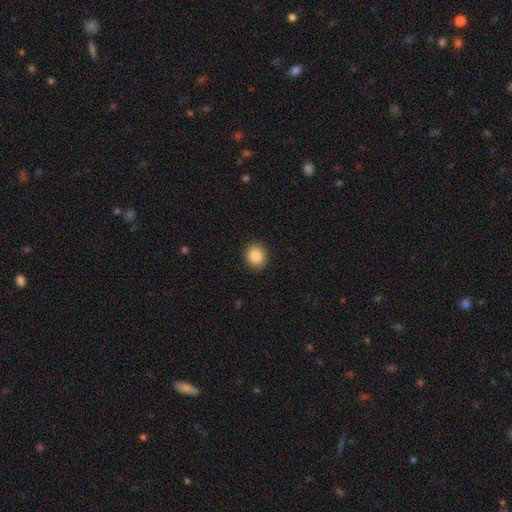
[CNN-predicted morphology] The model was most divided on "how rounded": round: 71%, in between: 28%, cigar-shaped: 1%. More confident: merging — none (90%); smooth or featured — smooth (87%).